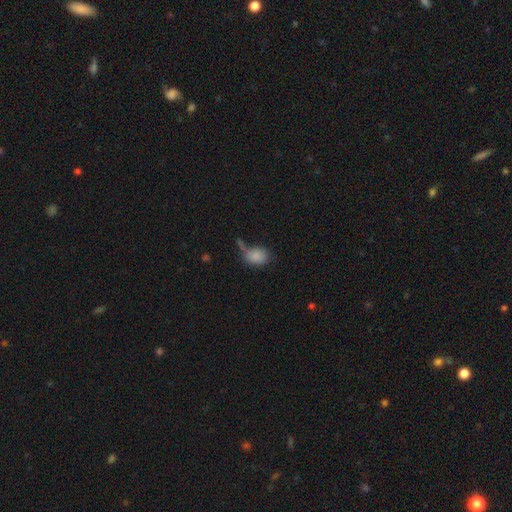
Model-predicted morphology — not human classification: This is clearly a smooth galaxy (84%). How rounded: likely in between (72%). Merging: possibly none (48%).